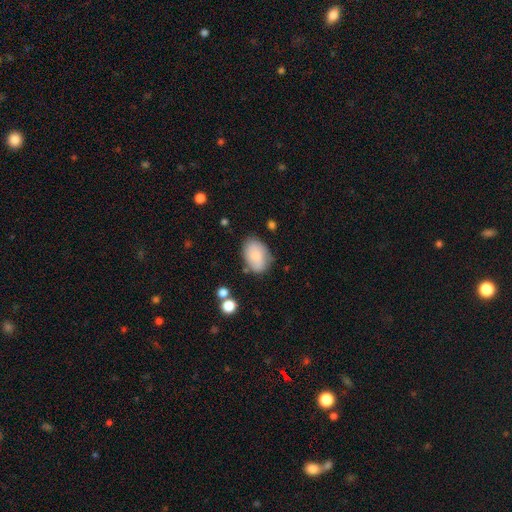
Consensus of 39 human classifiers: Q: Smooth or featured?
A: smooth (85%); runner-up: featured or disk (10%)
Q: How rounded?
A: in between (79%); runner-up: round (21%)
Q: Merging?
A: none (54%); runner-up: minor disturbance (35%)